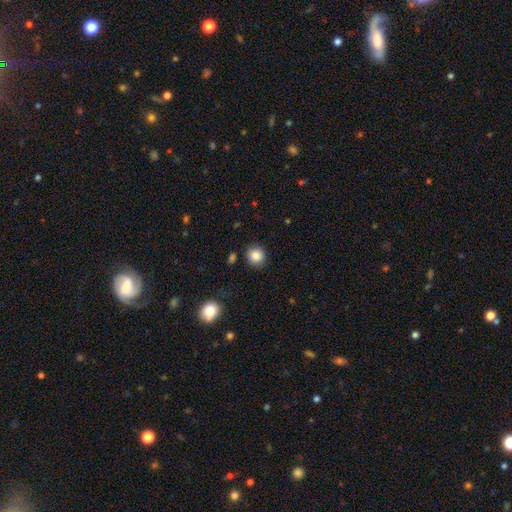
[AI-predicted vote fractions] Morphology: type=smooth (86%); roundness=round (90%); merging=none (88%).